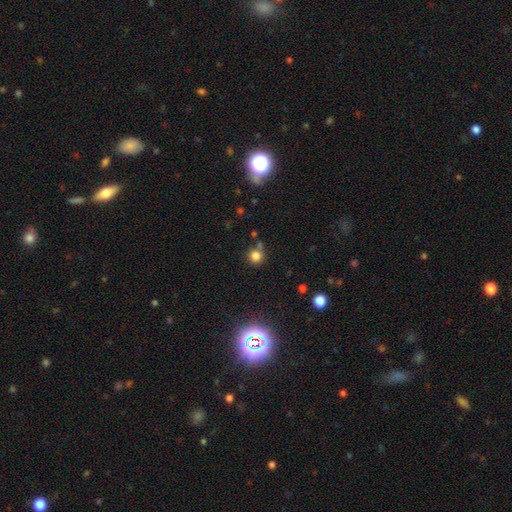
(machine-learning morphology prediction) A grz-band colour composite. It shows a smooth galaxy with no disk features (79%) that is round (91%). Merging: none (71%).